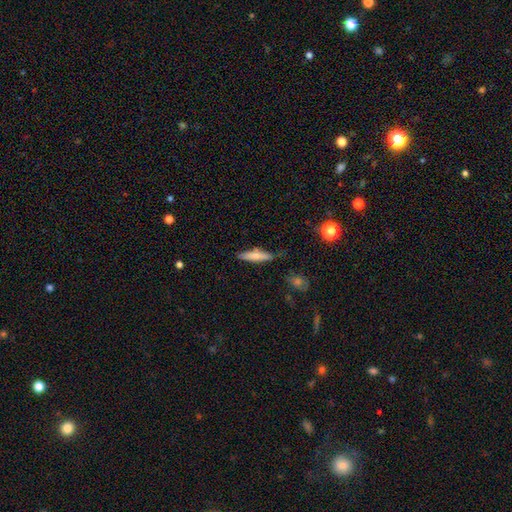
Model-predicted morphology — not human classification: type=smooth (71%); roundness=cigar-shaped (80%); merging=none (72%).